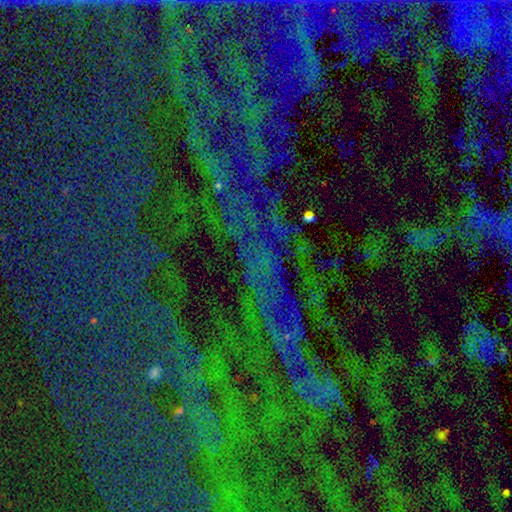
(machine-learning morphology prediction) Smooth or featured? star or artifact (79%)